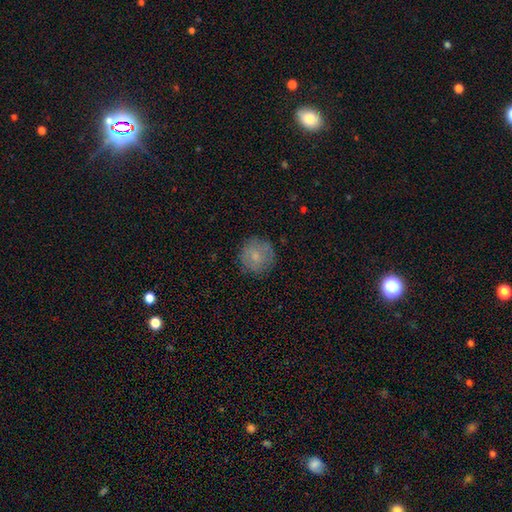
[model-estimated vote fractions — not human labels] smooth-or-featured: smooth: 75% | featured or disk: 17% | star or artifact: 9%
  how-rounded: round: 93% | in between: 6% | cigar-shaped: 1%
  merging: none: 82% | minor disturbance: 13% | major disturbance: 4% | merger: 1%